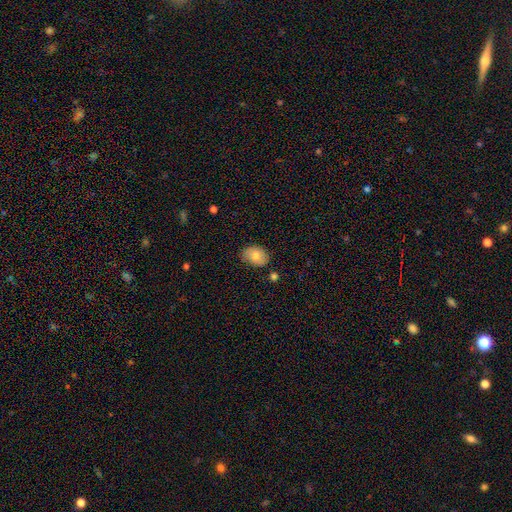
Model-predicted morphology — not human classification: This appears to be a smooth galaxy with no disk features (78%) that is in between round and cigar-shaped (77%). Merging: none (76%).